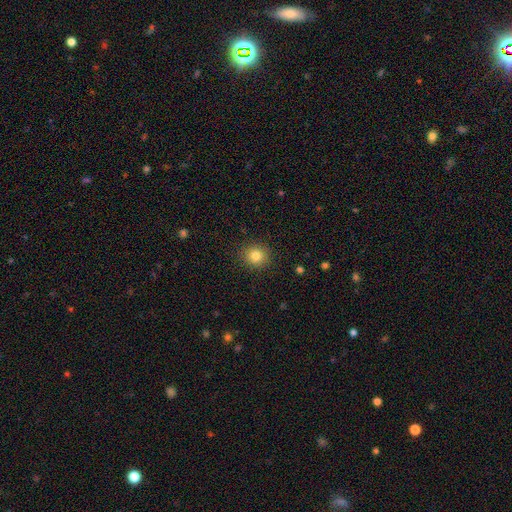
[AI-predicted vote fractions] Overall: smooth (82%). How rounded: round (87%). Merging: none (90%).